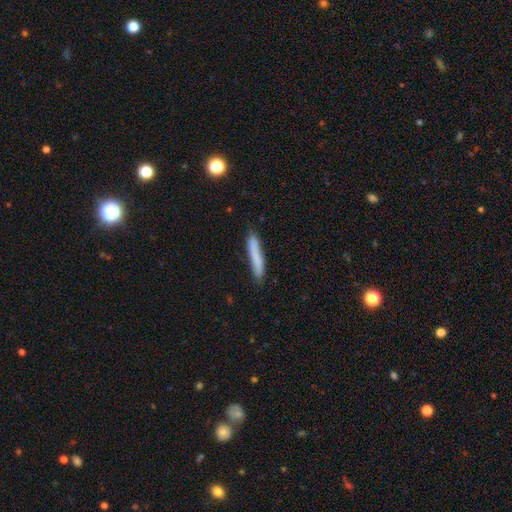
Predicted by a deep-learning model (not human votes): smooth 75%, featured or disk 18%, star or artifact 7%. Down the decision tree: how rounded — cigar-shaped (93%); merging — none (80%).